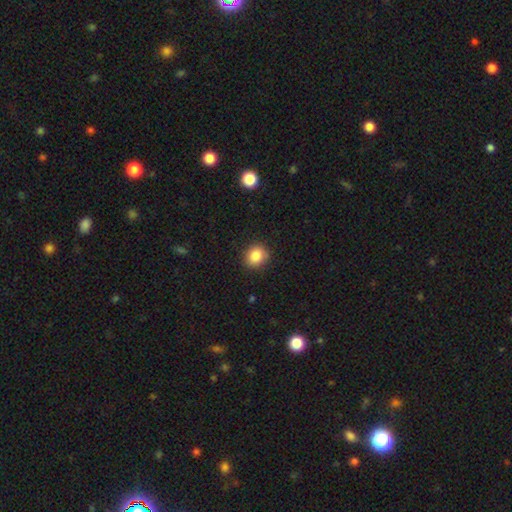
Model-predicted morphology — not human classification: A smooth galaxy with no disk features (85%) that is round (78%). Merging: none (87%).